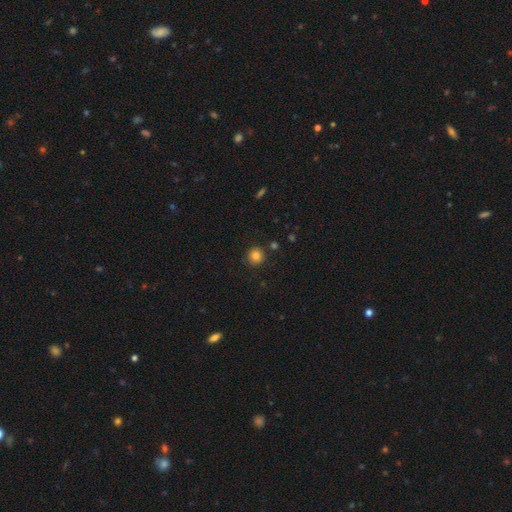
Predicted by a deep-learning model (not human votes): A smooth galaxy with no disk features (83%) that is round (93%). Merging: none (89%).